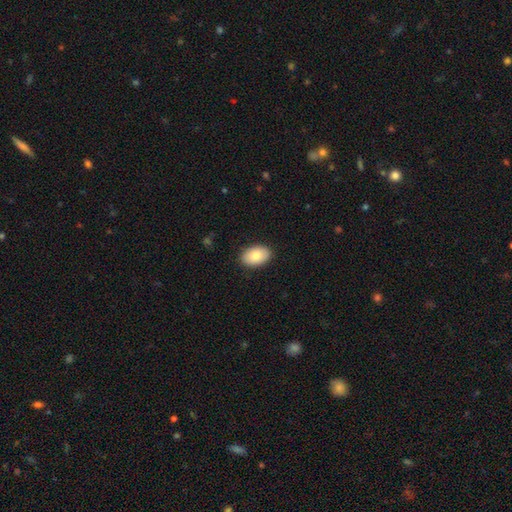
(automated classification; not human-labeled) smooth 83%, featured or disk 11%, star or artifact 6%. Down the decision tree: how rounded — in between (90%); merging — none (89%).